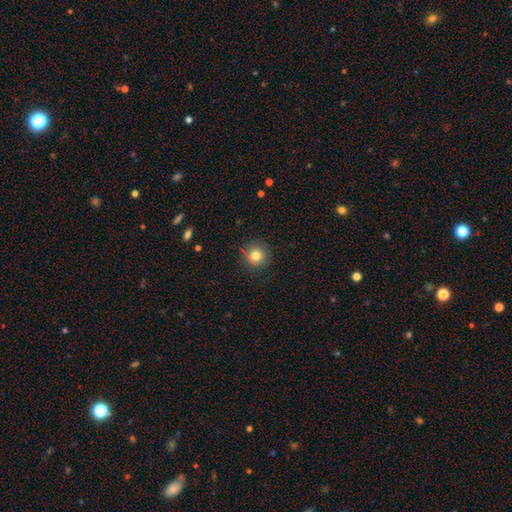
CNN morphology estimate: Overall: smooth (77%). How rounded: round (94%). Merging: none (86%).